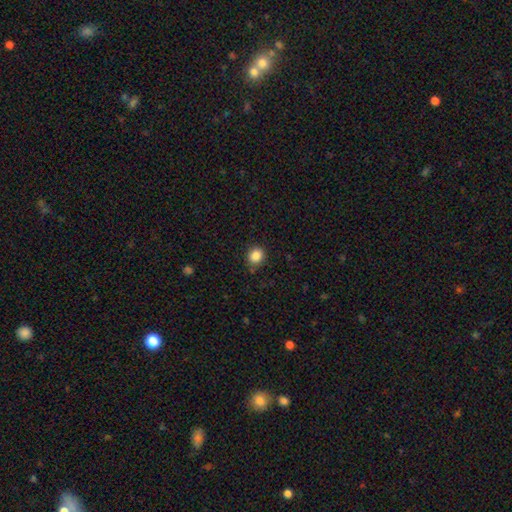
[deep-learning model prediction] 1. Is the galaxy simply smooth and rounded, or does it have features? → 86% smooth, 10% star or artifact, 4% featured or disk.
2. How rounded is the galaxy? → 79% round, 21% in between, 1% cigar-shaped.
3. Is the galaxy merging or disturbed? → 87% none, 9% minor disturbance, 3% major disturbance, 2% merger.